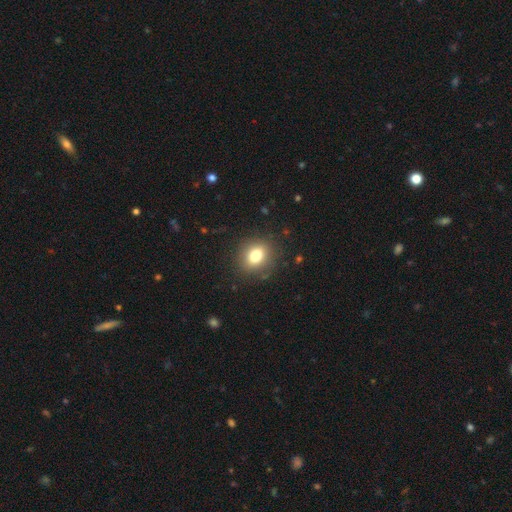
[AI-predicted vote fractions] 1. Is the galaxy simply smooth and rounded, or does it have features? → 78% smooth, 12% star or artifact, 10% featured or disk.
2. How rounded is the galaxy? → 61% round, 38% in between, 1% cigar-shaped.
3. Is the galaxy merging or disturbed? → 86% none, 9% minor disturbance, 4% major disturbance, 1% merger.